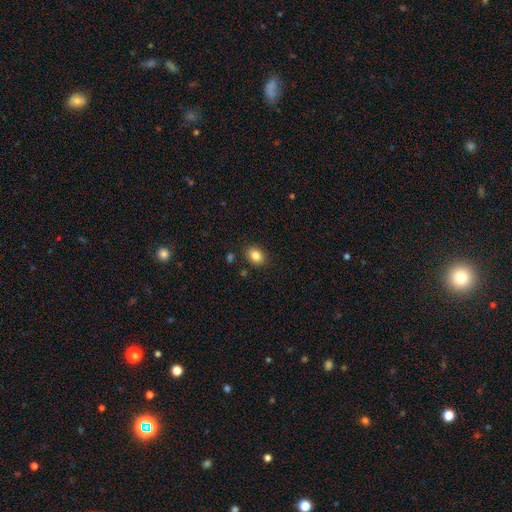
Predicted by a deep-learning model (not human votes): Morphology: type=smooth (85%); roundness=in between (61%); merging=none (86%).